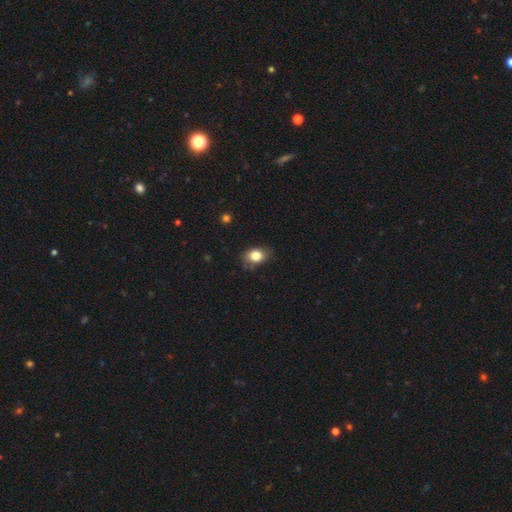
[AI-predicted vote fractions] Smooth or featured? smooth (82%)
How rounded? in between (68%)
Merging? none (73%)